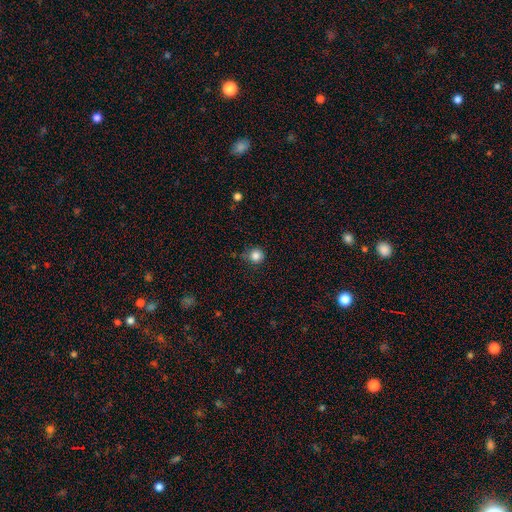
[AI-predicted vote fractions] smooth_or_featured: smooth (p=0.84) [alt: star or artifact p=0.12]
how_rounded: round (p=0.94) [alt: in between p=0.05]
merging: none (p=0.79) [alt: minor disturbance p=0.16]